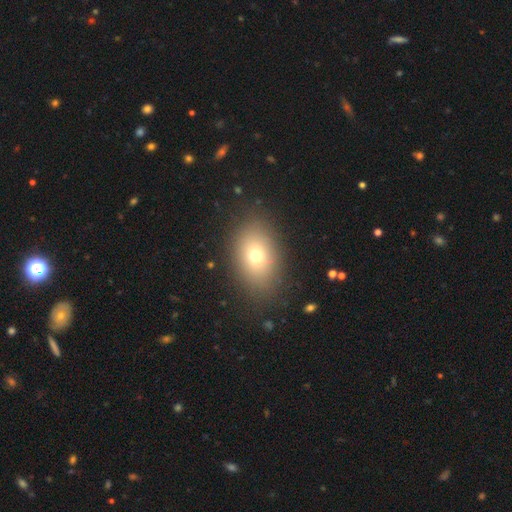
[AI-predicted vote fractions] smooth 71%, featured or disk 15%, star or artifact 14%. Down the decision tree: how rounded — in between (76%); merging — none (85%).